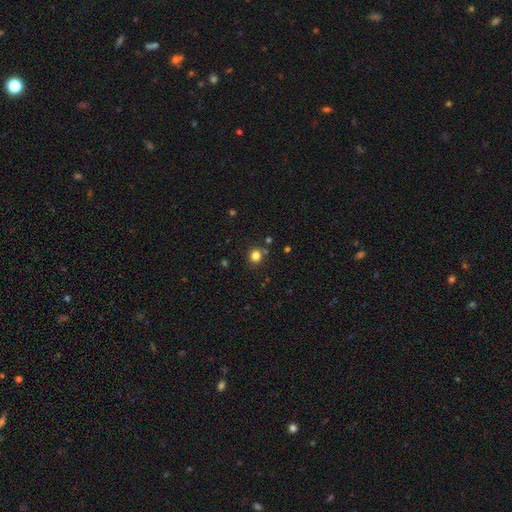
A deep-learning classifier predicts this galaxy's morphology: smooth-or-featured: smooth: 81% | star or artifact: 14% | featured or disk: 5%
  how-rounded: round: 87% | in between: 12% | cigar-shaped: 1%
  merging: none: 83% | minor disturbance: 8% | merger: 6% | major disturbance: 3%